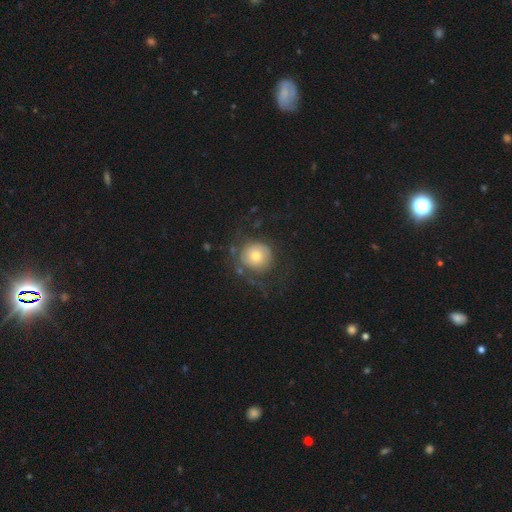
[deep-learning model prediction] smooth-or-featured: smooth: 54% | featured or disk: 37% | star or artifact: 9%
  how-rounded: round: 90% | in between: 9% | cigar-shaped: 1%
  merging: none: 58% | major disturbance: 22% | minor disturbance: 18% | merger: 2%